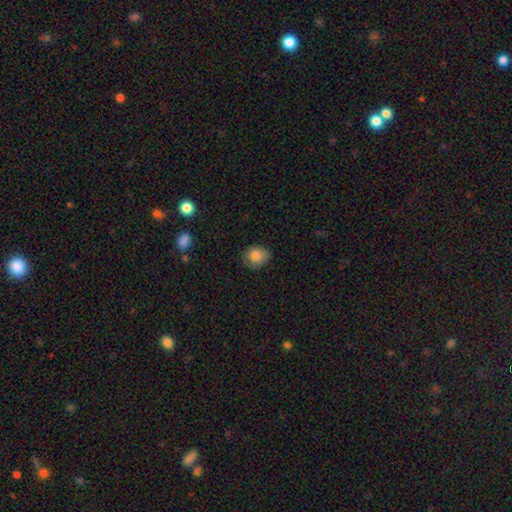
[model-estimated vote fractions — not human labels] This appears to be a smooth galaxy with no disk features (84%) that is round (69%). Merging: none (76%).